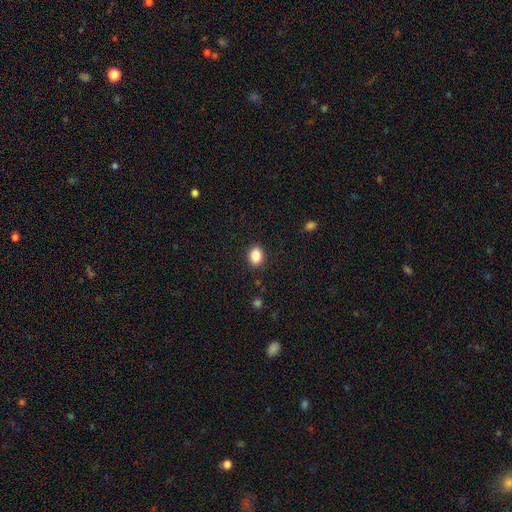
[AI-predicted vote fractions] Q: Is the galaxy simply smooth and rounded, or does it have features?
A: smooth — 88%.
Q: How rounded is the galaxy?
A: in between — 62%.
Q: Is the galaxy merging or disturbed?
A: none — 89%.